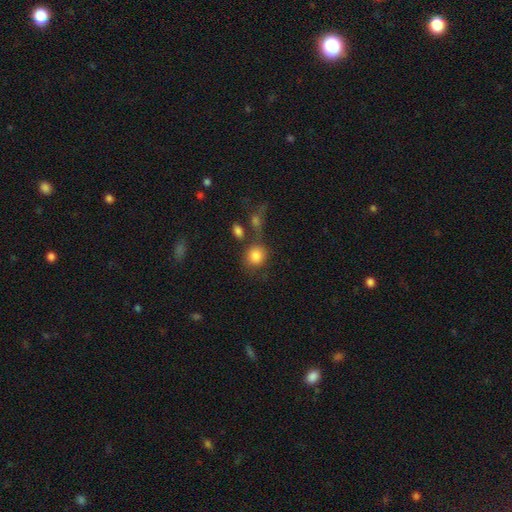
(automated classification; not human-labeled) Smooth or featured? smooth (83%)
How rounded? round (78%)
Merging? none (55%)